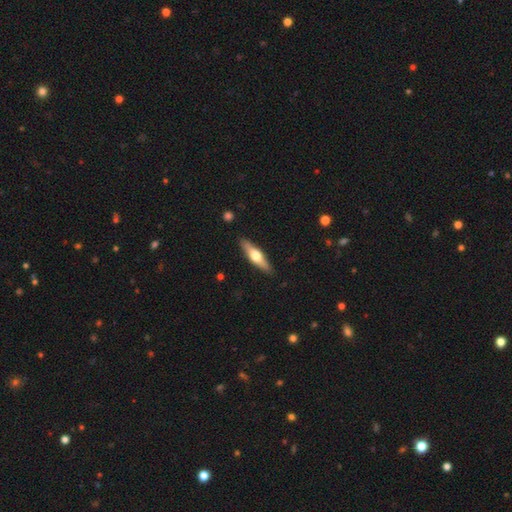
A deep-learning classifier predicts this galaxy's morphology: type=featured or disk (54%); edge-on=yes (94%); edge-on bulge=rounded (94%); merging=none (90%).